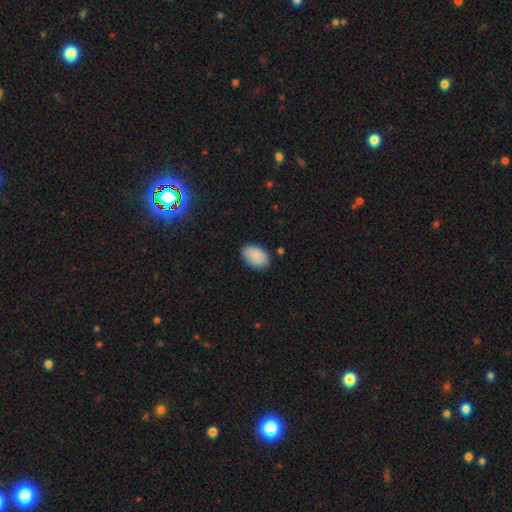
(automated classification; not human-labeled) Smooth or featured? Predicted: smooth (p=0.89). How rounded? Predicted: in between (p=0.91). Merging? Predicted: none (p=0.85).